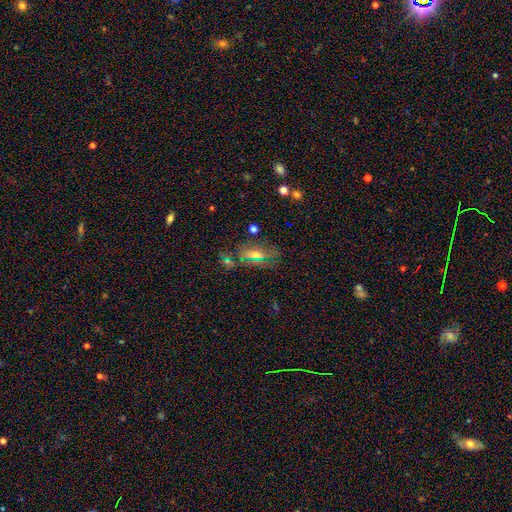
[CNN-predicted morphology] Smooth or featured? smooth (49%)
Merging? none (74%)